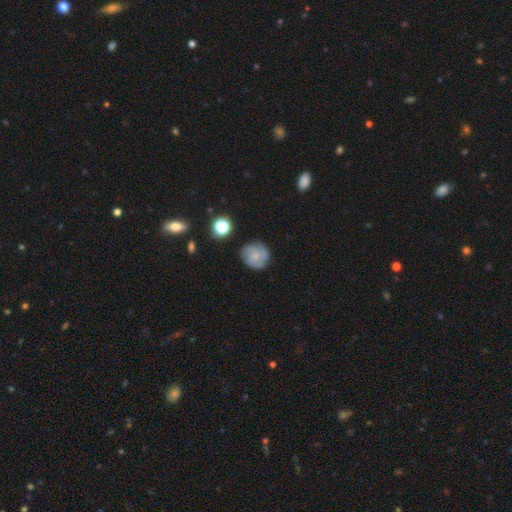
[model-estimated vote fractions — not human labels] Morphology: type=smooth (64%); roundness=round (90%); merging=none (75%).